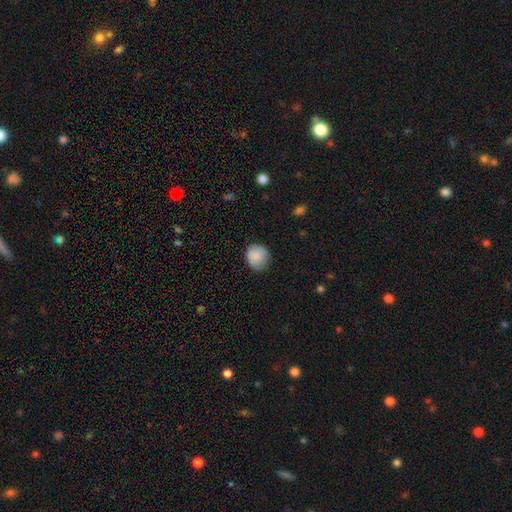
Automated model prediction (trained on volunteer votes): Smooth or featured?
  - smooth: 86% *
  - star or artifact: 7%
  - featured or disk: 6%
How rounded?
  - round: 76% *
  - in between: 23%
  - cigar-shaped: 1%
Merging?
  - none: 72% *
  - minor disturbance: 23%
  - major disturbance: 5%
  - merger: 1%